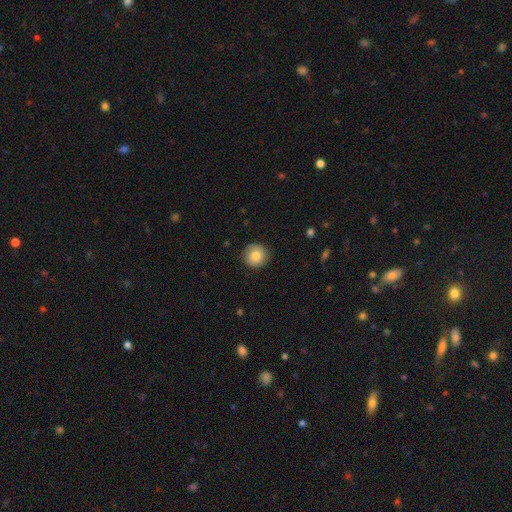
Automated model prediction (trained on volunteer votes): Smooth or featured?
  - smooth: 79% *
  - featured or disk: 13%
  - star or artifact: 8%
How rounded?
  - round: 94% *
  - in between: 5%
  - cigar-shaped: 1%
Merging?
  - none: 88% *
  - minor disturbance: 9%
  - major disturbance: 2%
  - merger: 1%